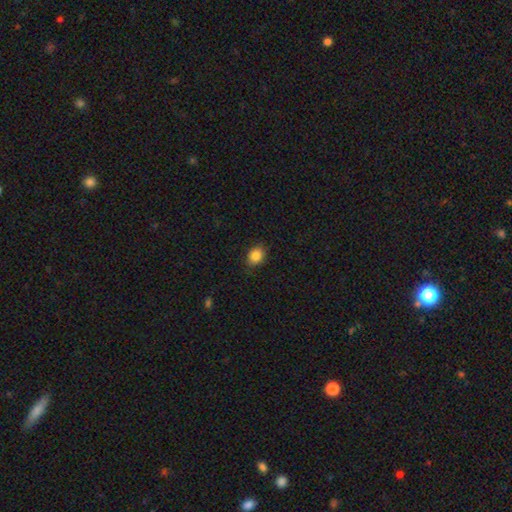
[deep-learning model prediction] Overall: smooth (85%). How rounded: in between (54%; round 45%). Merging: none (84%).